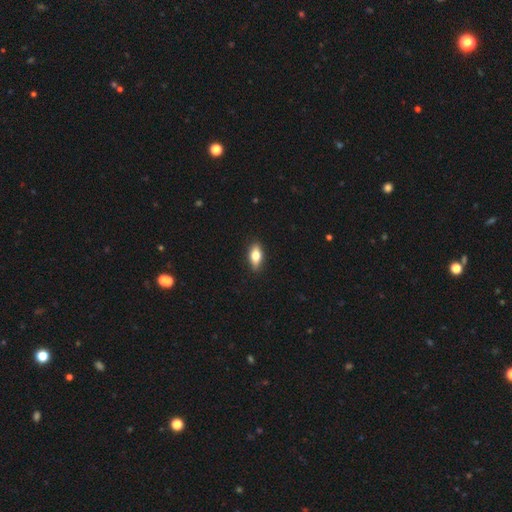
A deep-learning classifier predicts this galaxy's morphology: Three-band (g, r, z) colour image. It shows a smooth galaxy with no disk features (68%) that is in between round and cigar-shaped (79%). Merging: none (89%).